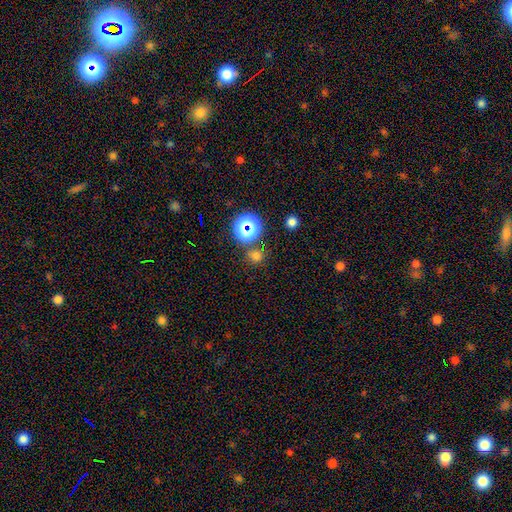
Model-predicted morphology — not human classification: smooth_or_featured: smooth (p=0.63) [alt: star or artifact p=0.31]
how_rounded: round (p=0.86) [alt: in between p=0.13]
merging: none (p=0.76) [alt: merger p=0.11]